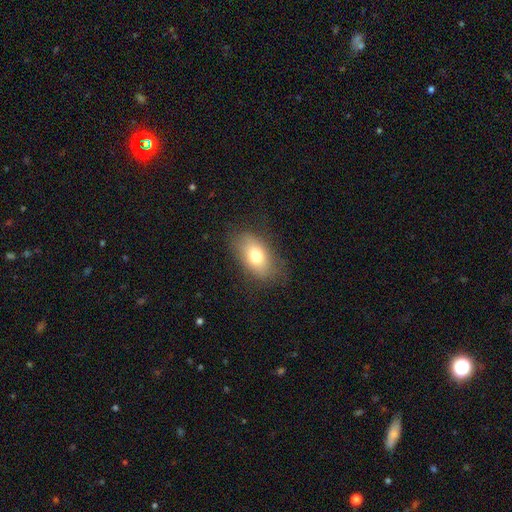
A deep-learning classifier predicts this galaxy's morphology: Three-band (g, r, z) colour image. It shows a smooth galaxy with no disk features (74%) that is in between round and cigar-shaped (88%). Merging: none (77%).